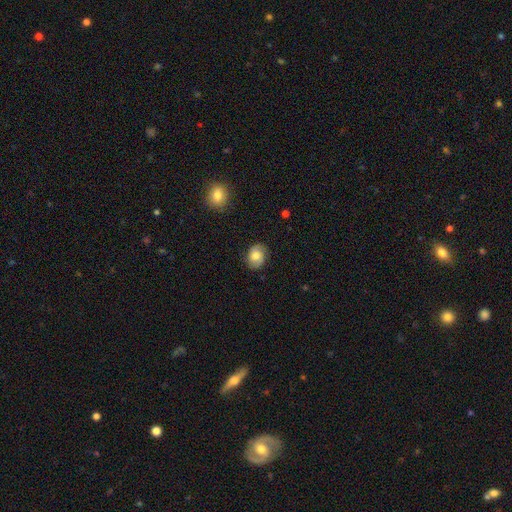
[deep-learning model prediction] A smooth galaxy with no disk features (52%) that is in between round and cigar-shaped (50%).

Vote fractions:
- Smooth or featured? smooth: 52% / featured or disk: 39% / star or artifact: 9%
- How rounded? in between: 50% / round: 49% / cigar-shaped: 1%
- Merging? none: 82% / minor disturbance: 14% / major disturbance: 3% / merger: 1%